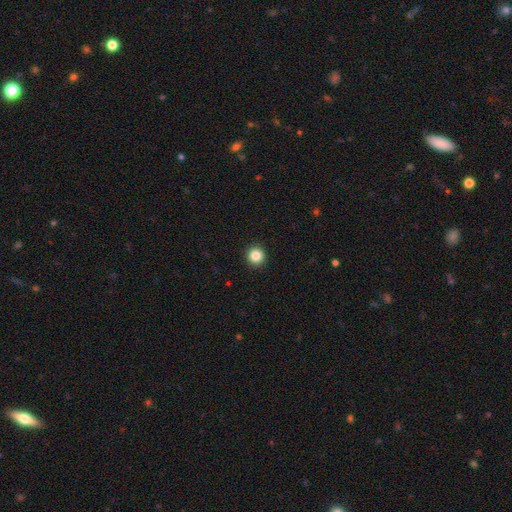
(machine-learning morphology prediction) type=smooth (85%); roundness=round (95%); merging=none (94%).